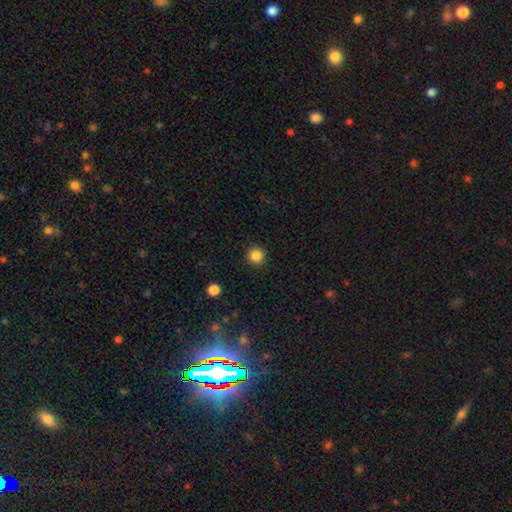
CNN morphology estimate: A smooth galaxy with no disk features (85%) that is round (95%). Merging: none (92%).